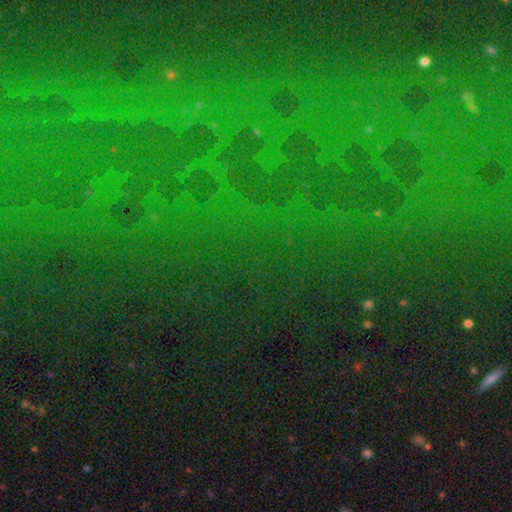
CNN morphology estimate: The model was most divided on "smooth or featured": star or artifact: 81%, smooth: 10%, featured or disk: 9%.